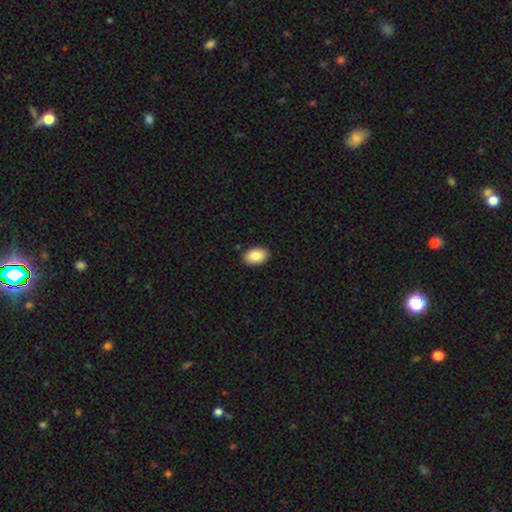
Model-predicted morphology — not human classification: Q: Smooth or featured?
A: smooth (88%); runner-up: star or artifact (7%)
Q: How rounded?
A: in between (90%); runner-up: round (8%)
Q: Merging?
A: none (90%); runner-up: minor disturbance (7%)